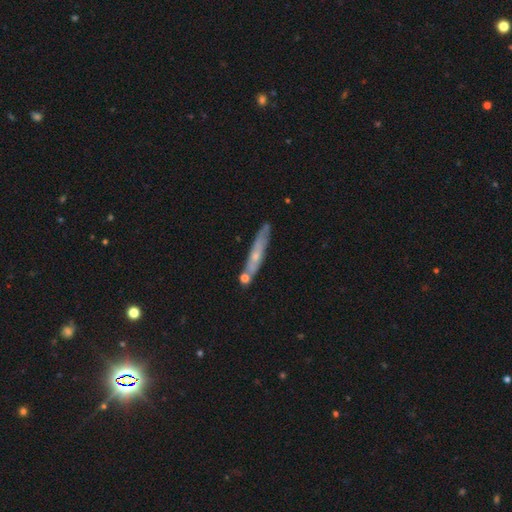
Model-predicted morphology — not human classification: This is possibly a featured or disk galaxy (56%). It is likely viewed edge-on (77%). Merging: likely none (73%).